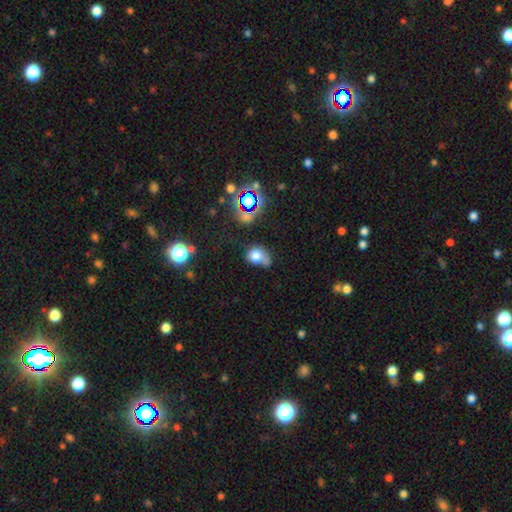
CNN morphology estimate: smooth-or-featured: smooth: 70% | featured or disk: 15% | star or artifact: 15%
  how-rounded: round: 54% | in between: 44% | cigar-shaped: 1%
  merging: none: 32% | minor disturbance: 27% | major disturbance: 22% | merger: 20%